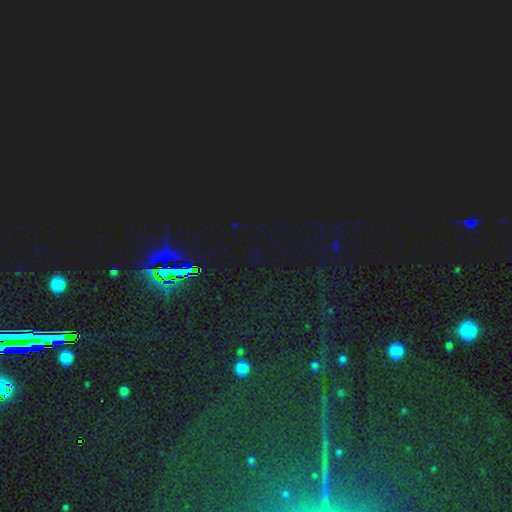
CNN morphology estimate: A star or artifact, not a galaxy (85%).

Vote fractions:
- Smooth or featured? star or artifact: 85% / smooth: 9% / featured or disk: 6%